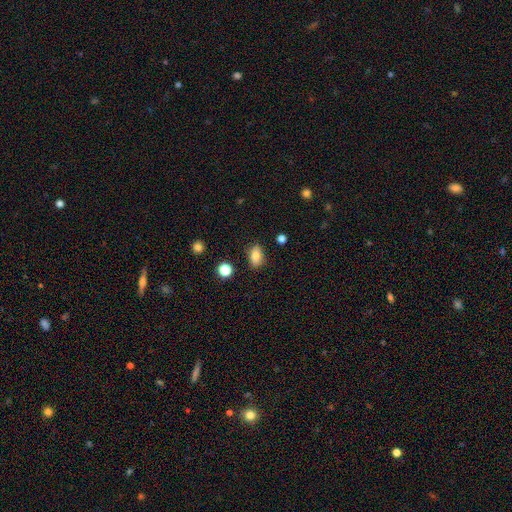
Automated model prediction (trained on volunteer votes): The model was most divided on "smooth or featured": smooth: 78%, featured or disk: 12%, star or artifact: 10%. More confident: merging — none (85%); how rounded — in between (83%).